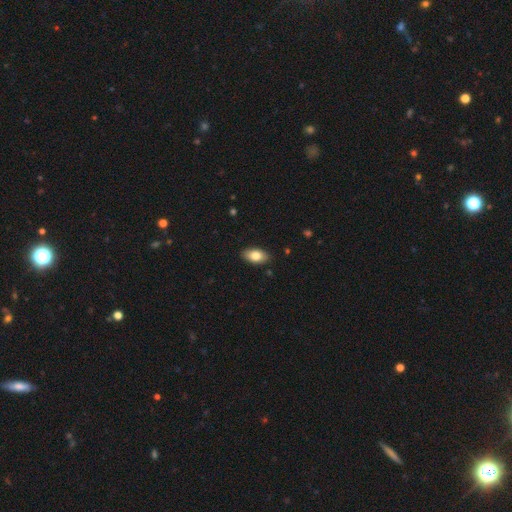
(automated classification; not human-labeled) Smooth or featured?
  - smooth: 81% *
  - featured or disk: 12%
  - star or artifact: 7%
How rounded?
  - in between: 93% *
  - round: 4%
  - cigar-shaped: 3%
Merging?
  - none: 88% *
  - minor disturbance: 9%
  - major disturbance: 2%
  - merger: 1%